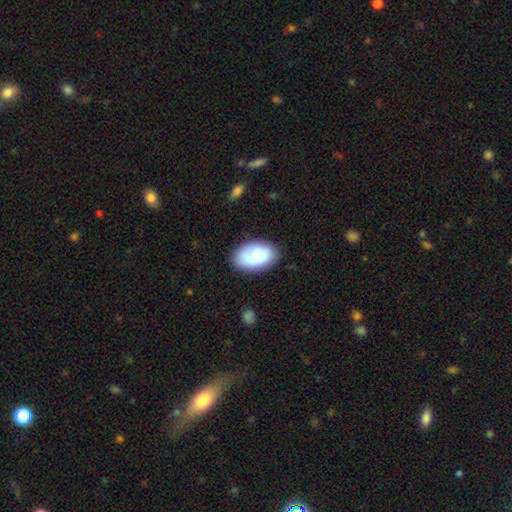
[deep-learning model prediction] smooth-or-featured: smooth: 83% | featured or disk: 10% | star or artifact: 6%
  how-rounded: in between: 93% | round: 6% | cigar-shaped: 1%
  merging: none: 80% | minor disturbance: 14% | major disturbance: 4% | merger: 2%